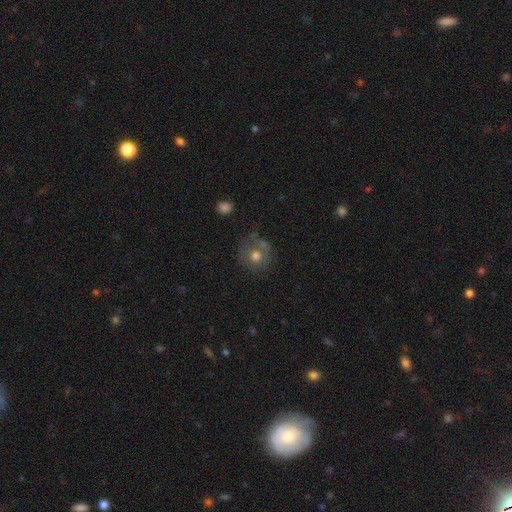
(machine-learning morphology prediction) Q: Smooth or featured?
A: smooth (64%); runner-up: featured or disk (25%)
Q: How rounded?
A: round (88%); runner-up: in between (11%)
Q: Merging?
A: none (62%); runner-up: minor disturbance (18%)